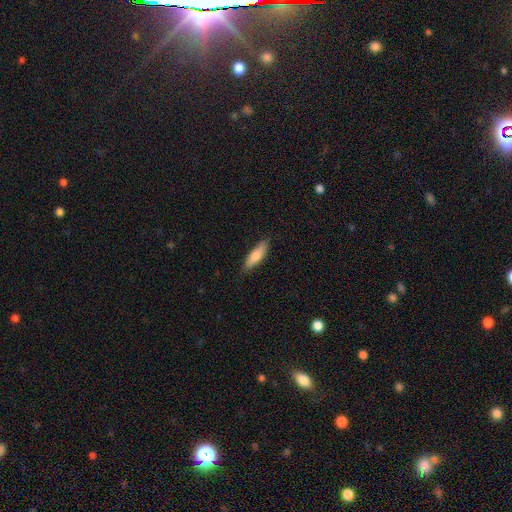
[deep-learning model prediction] This appears to be a smooth galaxy with no disk features (74%) that is cigar-shaped (51%). Merging: none (82%).